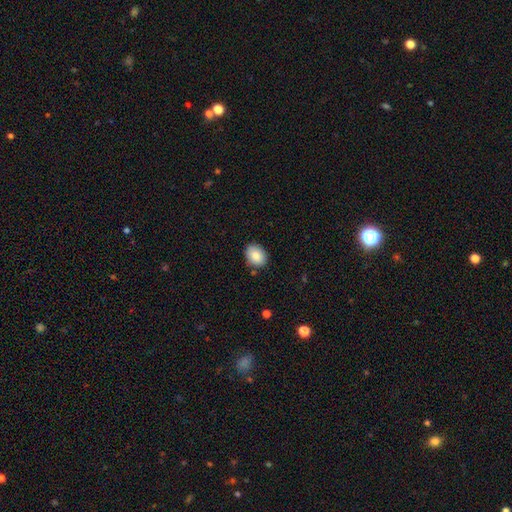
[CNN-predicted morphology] Q: Smooth or featured?
A: smooth (85%); runner-up: featured or disk (8%)
Q: How rounded?
A: in between (59%); runner-up: round (40%)
Q: Merging?
A: none (85%); runner-up: minor disturbance (11%)